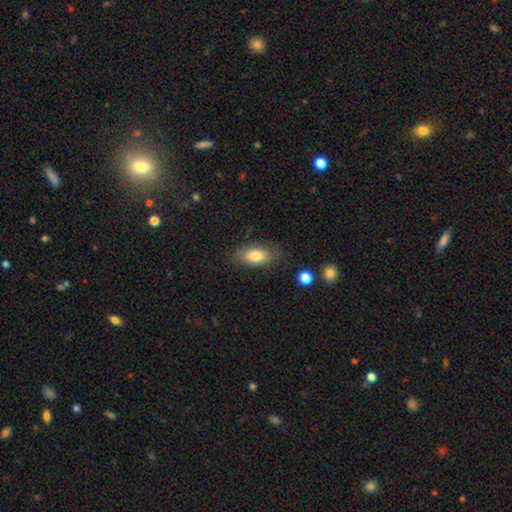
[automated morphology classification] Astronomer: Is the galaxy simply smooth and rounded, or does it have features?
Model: smooth — 78%.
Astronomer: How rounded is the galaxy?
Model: in between — 89%.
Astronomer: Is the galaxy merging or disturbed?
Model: none — 75%.